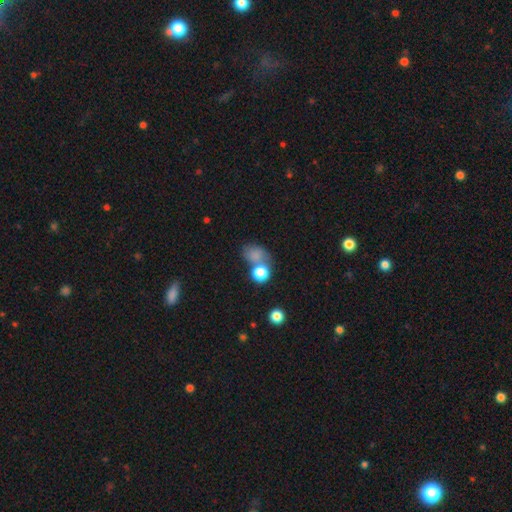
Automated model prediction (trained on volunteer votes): Smooth or featured? Predicted: smooth (p=0.76). How rounded? Predicted: round (p=0.50). Merging? Predicted: none (p=0.41).